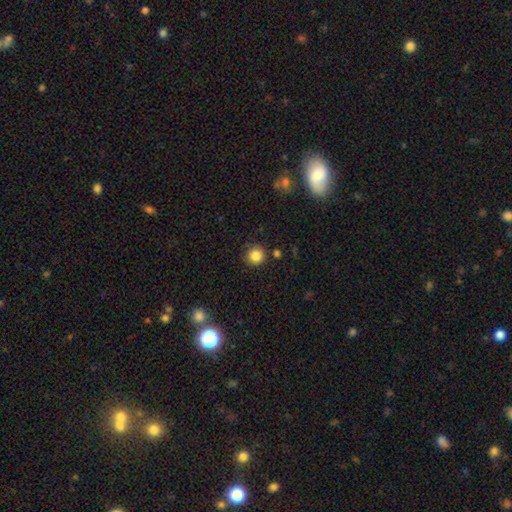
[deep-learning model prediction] A smooth galaxy with no disk features (85%) that is round (94%).

Vote fractions:
- Smooth or featured? smooth: 85% / star or artifact: 11% / featured or disk: 4%
- How rounded? round: 94% / in between: 5% / cigar-shaped: 1%
- Merging? none: 86% / minor disturbance: 8% / merger: 3% / major disturbance: 3%